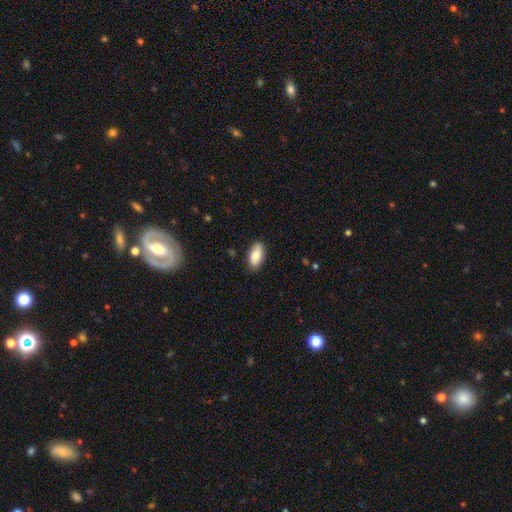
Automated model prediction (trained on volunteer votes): A smooth galaxy with no disk features (84%) that is in between round and cigar-shaped (92%). Merging: none (85%).